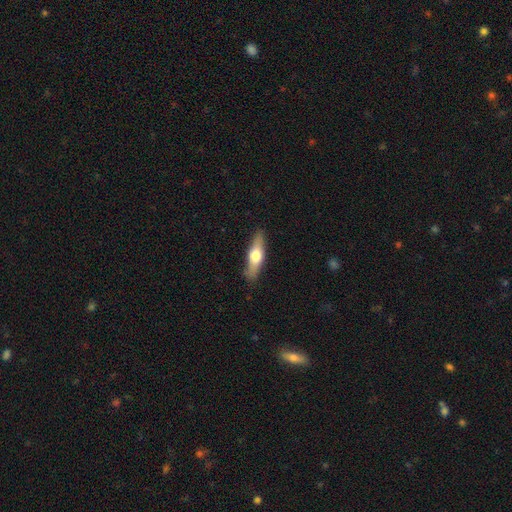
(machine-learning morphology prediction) A smooth galaxy with no disk features (49%).

Vote fractions:
- Smooth or featured? smooth: 49% / featured or disk: 45% / star or artifact: 5%
- Merging? none: 86% / minor disturbance: 10% / major disturbance: 2% / merger: 1%